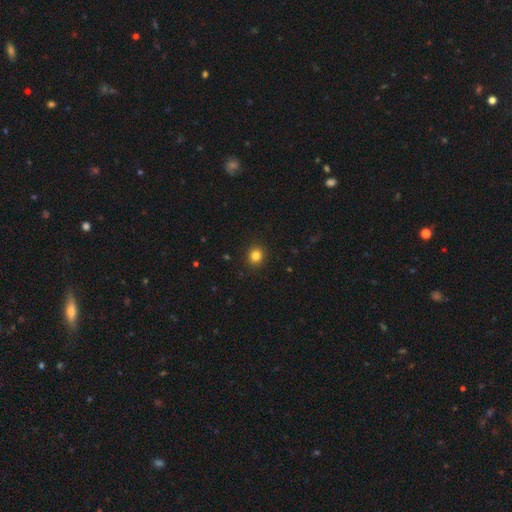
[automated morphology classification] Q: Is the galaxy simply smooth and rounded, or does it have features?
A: smooth — 83%.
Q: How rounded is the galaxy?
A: round — 87%.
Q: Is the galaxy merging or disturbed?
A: none — 92%.